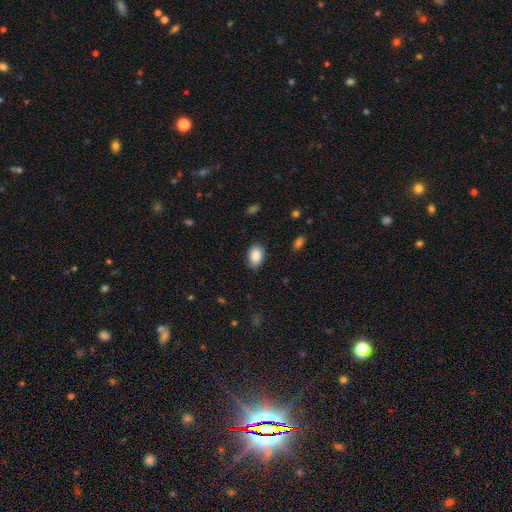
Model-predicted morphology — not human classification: A smooth galaxy with no disk features (88%) that is in between round and cigar-shaped (84%). Merging: none (83%).